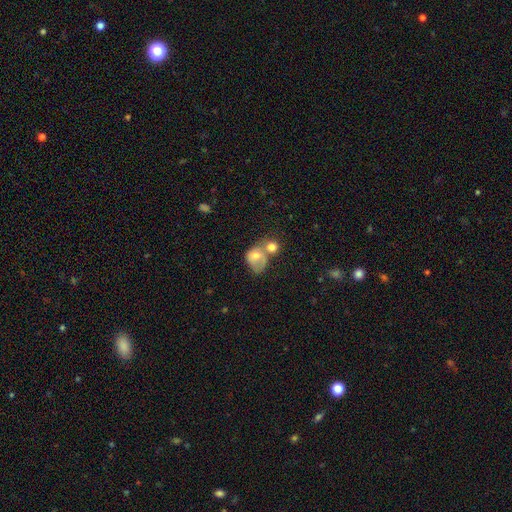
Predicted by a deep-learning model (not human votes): Smooth or featured? Predicted: smooth (p=0.64). How rounded? Predicted: in between (p=0.50). Merging? Predicted: merger (p=0.58).